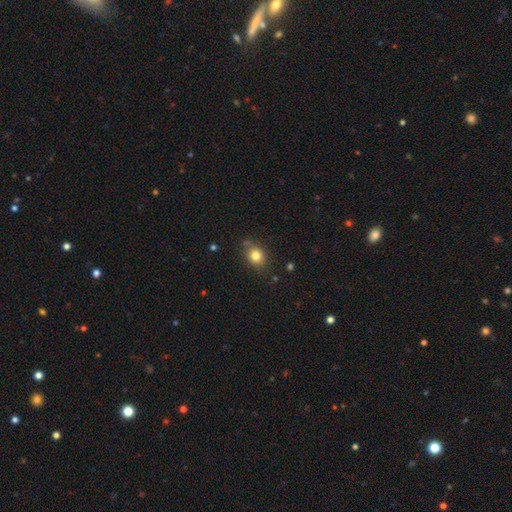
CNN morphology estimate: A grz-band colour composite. It shows a smooth galaxy with no disk features (81%) that is round (60%). Merging: none (76%).